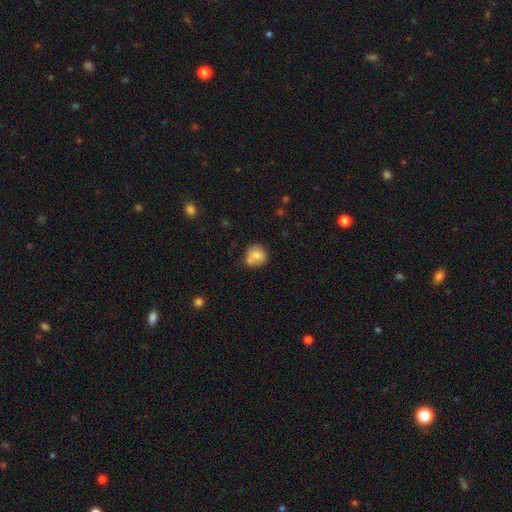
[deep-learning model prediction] Smooth or featured? smooth (75%)
How rounded? round (84%)
Merging? none (55%)